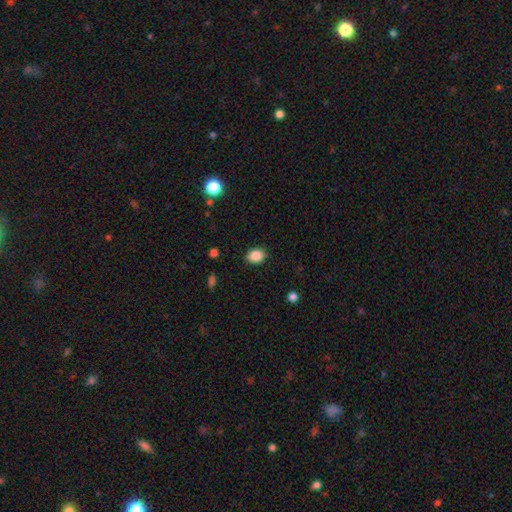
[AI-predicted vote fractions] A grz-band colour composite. It shows a smooth galaxy with no disk features (87%) that is in between round and cigar-shaped (56%). Merging: none (87%).